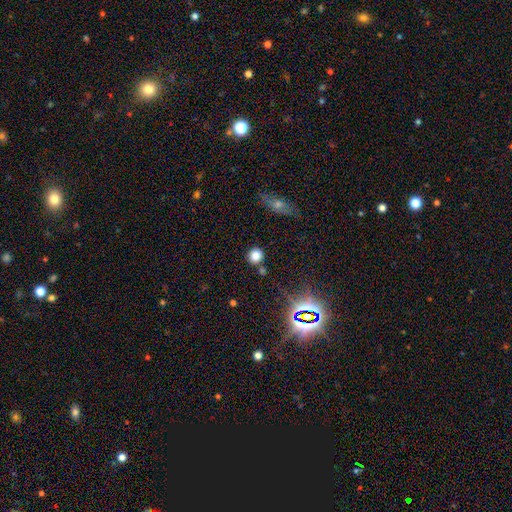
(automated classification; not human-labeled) smooth 78%, star or artifact 16%, featured or disk 6%. Down the decision tree: how rounded — round (86%); merging — none (80%).